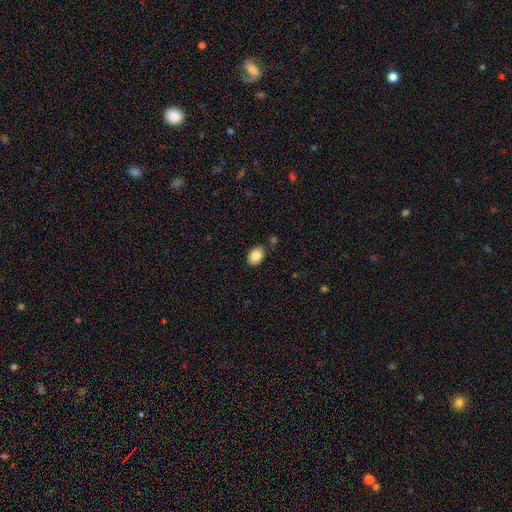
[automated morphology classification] A smooth galaxy with no disk features (84%) that is in between round and cigar-shaped (84%).

Vote fractions:
- Smooth or featured? smooth: 84% / featured or disk: 8% / star or artifact: 7%
- How rounded? in between: 84% / round: 15% / cigar-shaped: 1%
- Merging? none: 83% / minor disturbance: 11% / merger: 4% / major disturbance: 2%